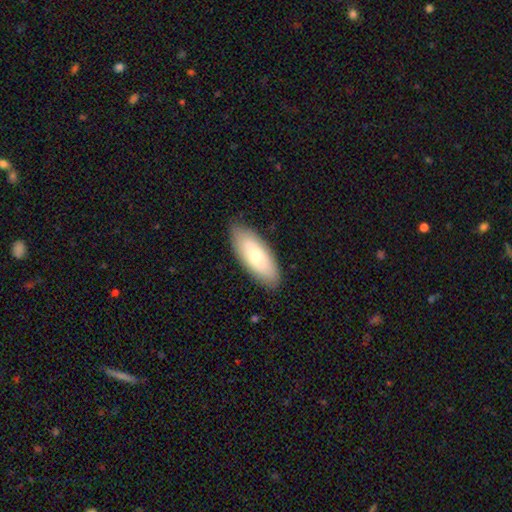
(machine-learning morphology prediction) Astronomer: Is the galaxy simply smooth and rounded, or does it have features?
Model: smooth — 67%.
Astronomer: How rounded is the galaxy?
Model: in between — 80%.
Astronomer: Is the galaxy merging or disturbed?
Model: none — 83%.